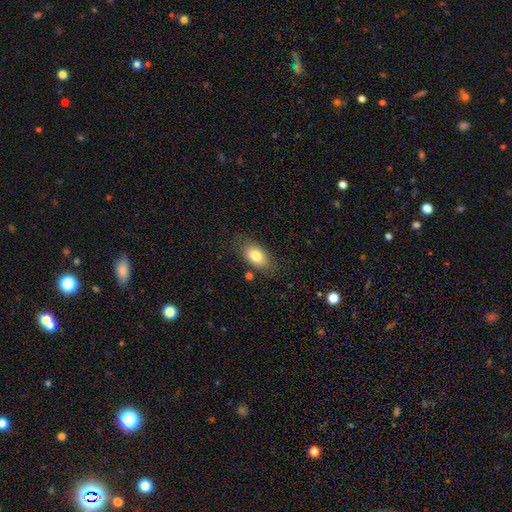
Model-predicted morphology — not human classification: A smooth galaxy with no disk features (79%) that is in between round and cigar-shaped (89%).

Vote fractions:
- Smooth or featured? smooth: 79% / featured or disk: 13% / star or artifact: 8%
- How rounded? in between: 89% / round: 8% / cigar-shaped: 3%
- Merging? none: 78% / minor disturbance: 15% / major disturbance: 4% / merger: 3%